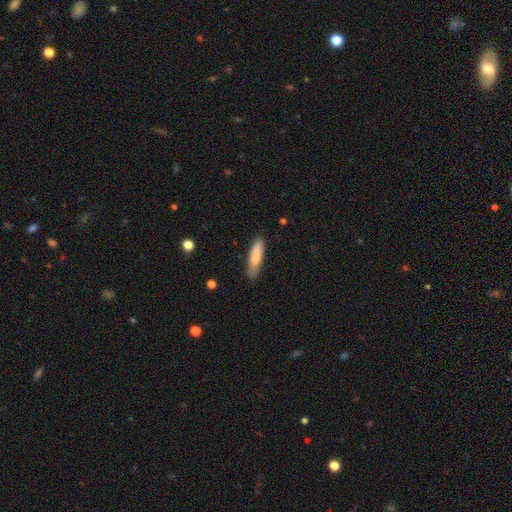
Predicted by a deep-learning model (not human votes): smooth-or-featured: smooth: 84% | featured or disk: 10% | star or artifact: 6%
  how-rounded: cigar-shaped: 67% | in between: 32% | round: 1%
  merging: none: 80% | minor disturbance: 16% | major disturbance: 3% | merger: 1%